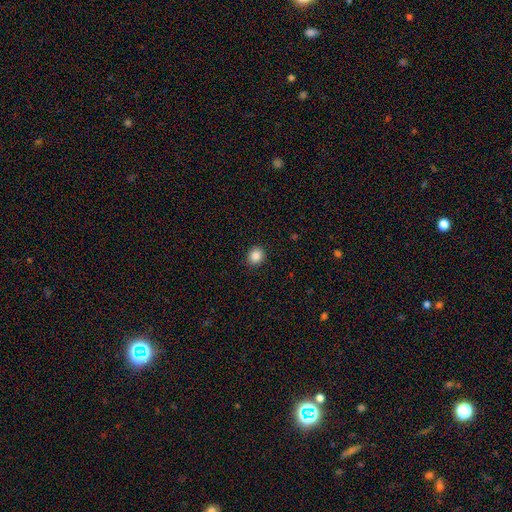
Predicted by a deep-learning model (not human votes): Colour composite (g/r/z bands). It shows a smooth galaxy with no disk features (87%) that is round (80%). Merging: none (91%).